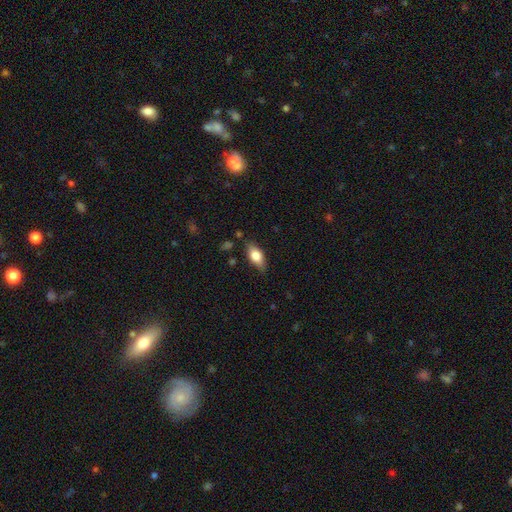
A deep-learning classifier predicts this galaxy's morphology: Smooth or featured: smooth — 68% (featured or disk — 25%)
How rounded: in between — 82% (cigar-shaped — 13%)
Merging: none — 78% (minor disturbance — 17%)